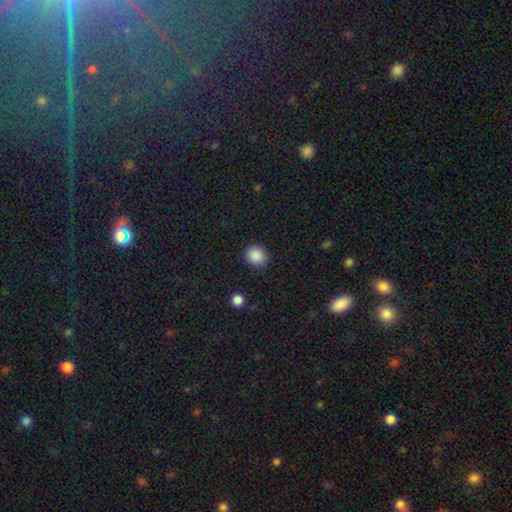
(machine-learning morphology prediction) Overall: smooth (88%). How rounded: round (71%). Merging: none (87%).